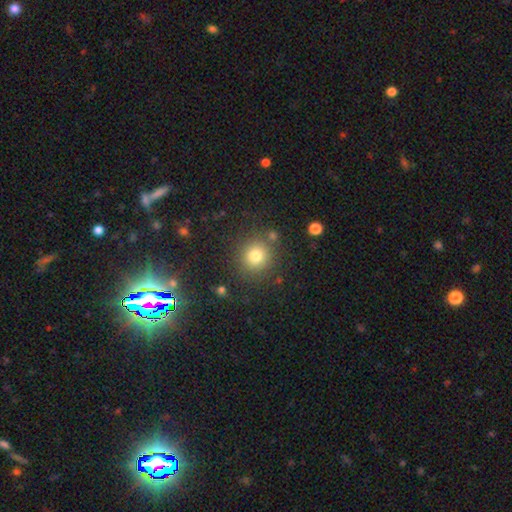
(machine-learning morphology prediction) This is likely a smooth galaxy (79%). How rounded: clearly round (91%). Merging: clearly none (84%).